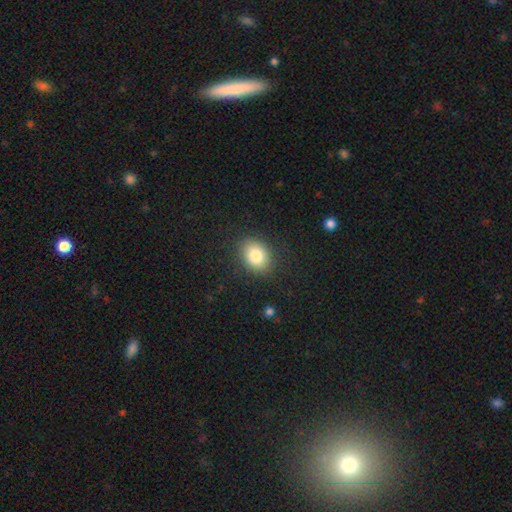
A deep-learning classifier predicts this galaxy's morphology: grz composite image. It shows a smooth galaxy with no disk features (82%) that is in between round and cigar-shaped (57%). Merging: none (87%).